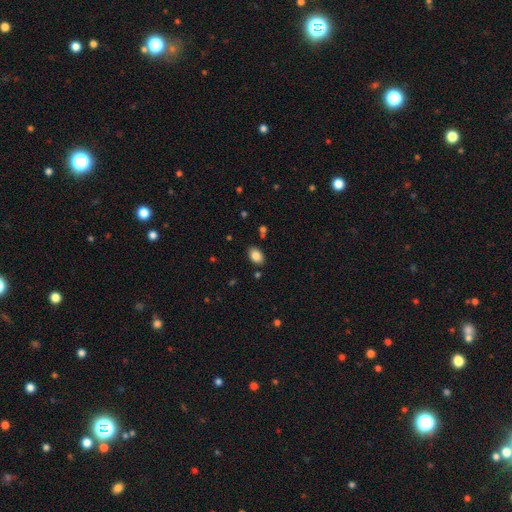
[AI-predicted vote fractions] Q: Smooth or featured?
A: smooth (85%); runner-up: star or artifact (9%)
Q: How rounded?
A: in between (83%); runner-up: round (16%)
Q: Merging?
A: none (86%); runner-up: minor disturbance (9%)